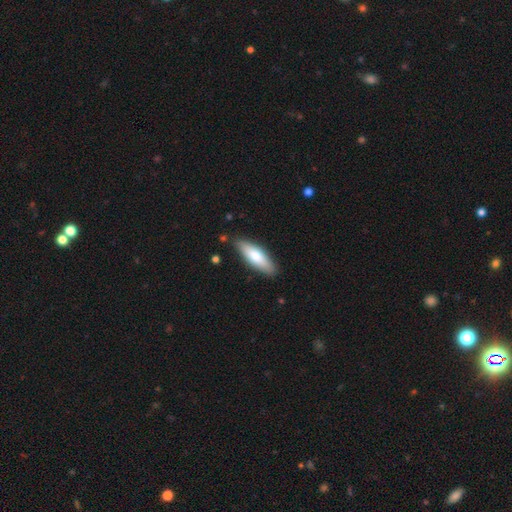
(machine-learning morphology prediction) Smooth or featured? Predicted: smooth (p=0.68). How rounded? Predicted: in between (p=0.53). Merging? Predicted: none (p=0.86).